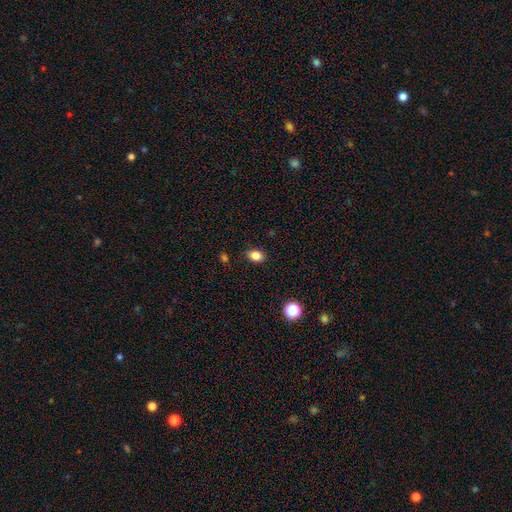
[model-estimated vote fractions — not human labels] Smooth or featured: smooth — 84% (star or artifact — 11%)
How rounded: in between — 75% (round — 24%)
Merging: none — 84% (minor disturbance — 12%)